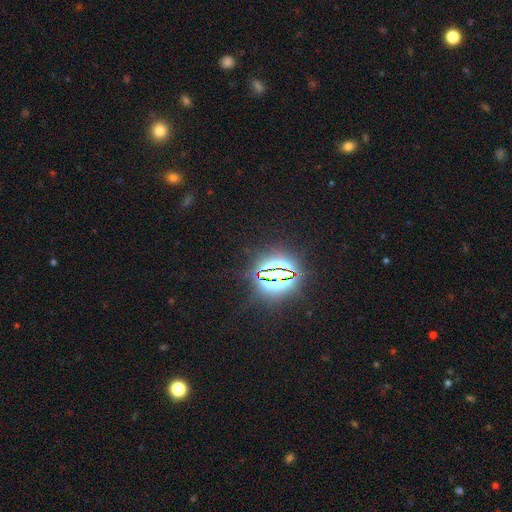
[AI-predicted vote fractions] Smooth or featured?
  - star or artifact: 83% *
  - smooth: 11%
  - featured or disk: 7%